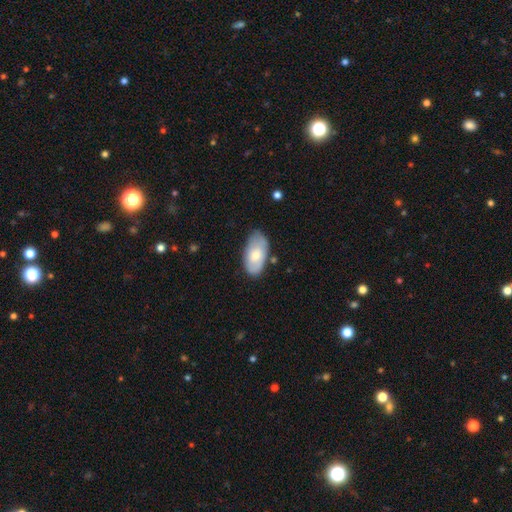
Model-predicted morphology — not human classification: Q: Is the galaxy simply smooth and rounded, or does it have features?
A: smooth — 66%.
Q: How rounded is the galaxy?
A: in between — 94%.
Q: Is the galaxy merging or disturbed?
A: none — 69%.